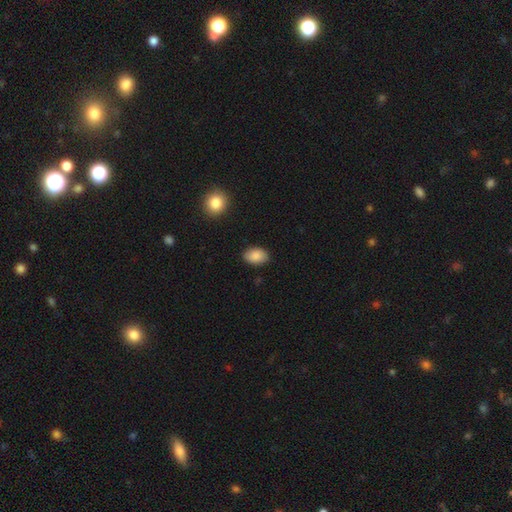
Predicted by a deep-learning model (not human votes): A smooth galaxy with no disk features (88%) that is in between round and cigar-shaped (87%).

Vote fractions:
- Smooth or featured? smooth: 88% / star or artifact: 7% / featured or disk: 5%
- How rounded? in between: 87% / round: 12% / cigar-shaped: 1%
- Merging? none: 87% / minor disturbance: 9% / major disturbance: 2% / merger: 1%